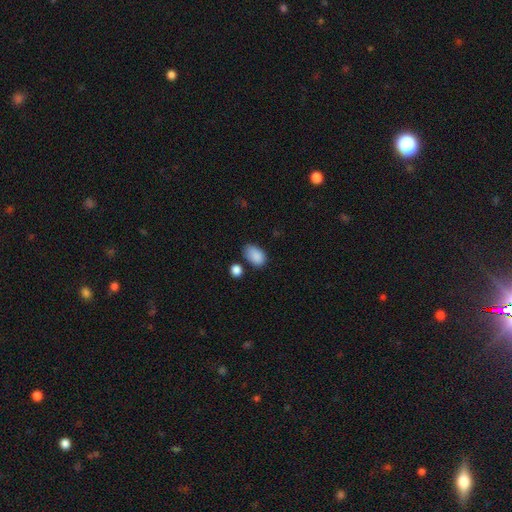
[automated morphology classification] This appears to be a smooth galaxy with no disk features (88%) that is in between round and cigar-shaped (90%). Merging: none (63%).